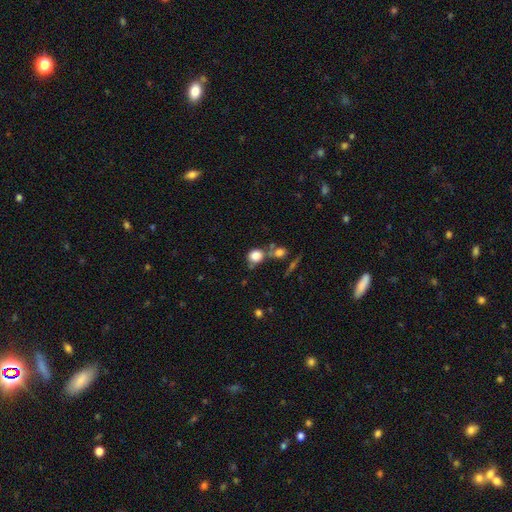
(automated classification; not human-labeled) smooth-or-featured: smooth: 81% | star or artifact: 10% | featured or disk: 9%
  how-rounded: round: 70% | in between: 29% | cigar-shaped: 2%
  merging: none: 48% | merger: 27% | minor disturbance: 17% | major disturbance: 9%